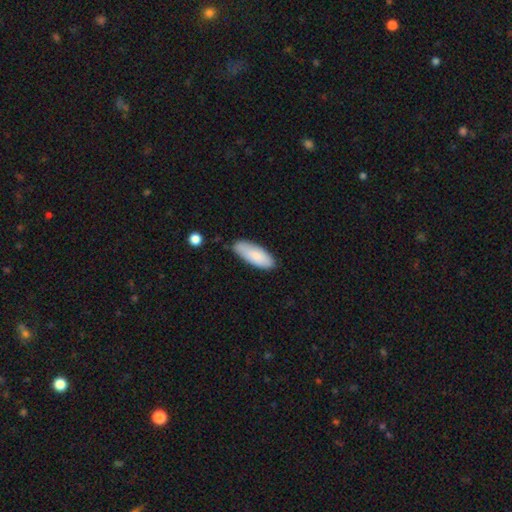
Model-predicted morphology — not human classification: This is clearly a smooth galaxy (85%). How rounded: likely in between (75%). Merging: likely none (75%).